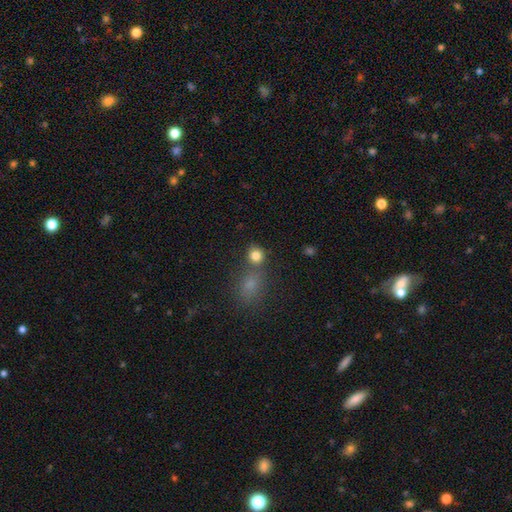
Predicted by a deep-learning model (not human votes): Smooth or featured?
  - smooth: 82% *
  - star or artifact: 12%
  - featured or disk: 6%
How rounded?
  - round: 82% *
  - in between: 16%
  - cigar-shaped: 1%
Merging?
  - none: 64% *
  - merger: 22%
  - minor disturbance: 9%
  - major disturbance: 4%